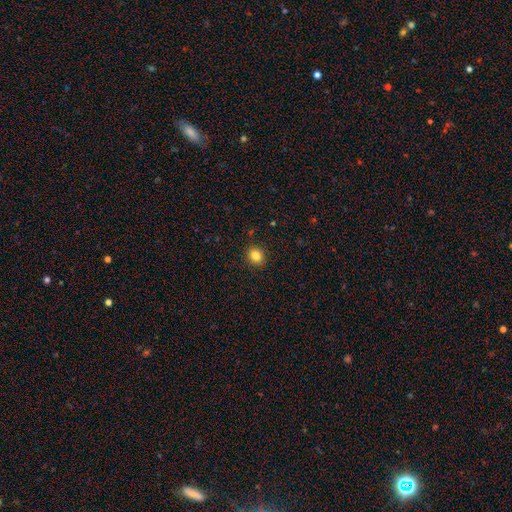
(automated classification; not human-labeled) A smooth galaxy with no disk features (83%) that is round (70%). Merging: none (90%).